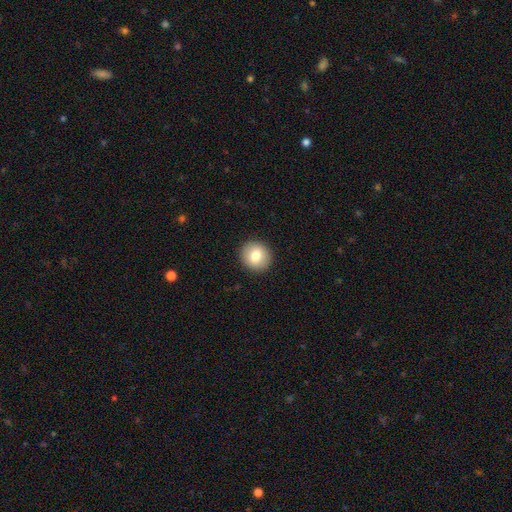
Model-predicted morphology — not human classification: This appears to be a smooth galaxy with no disk features (79%) that is round (90%). Merging: none (92%).